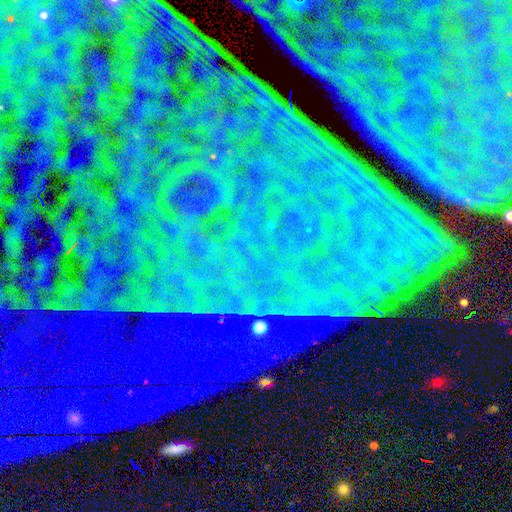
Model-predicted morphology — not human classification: Smooth or featured: star or artifact — 87% (featured or disk — 7%)